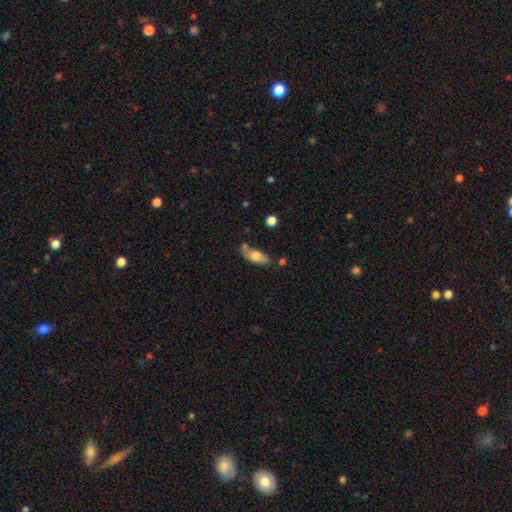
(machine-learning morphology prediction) smooth_or_featured: smooth (p=0.67) [alt: featured or disk p=0.27]
how_rounded: in between (p=0.83) [alt: cigar-shaped p=0.14]
merging: none (p=0.58) [alt: minor disturbance p=0.25]